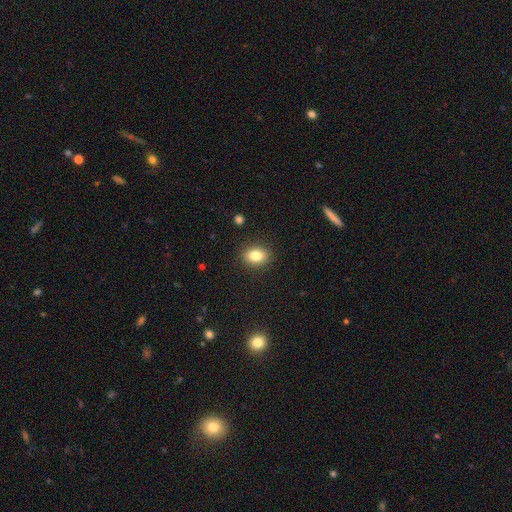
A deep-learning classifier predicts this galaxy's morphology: smooth 82%, star or artifact 10%, featured or disk 9%. Down the decision tree: how rounded — in between (69%); merging — none (89%).